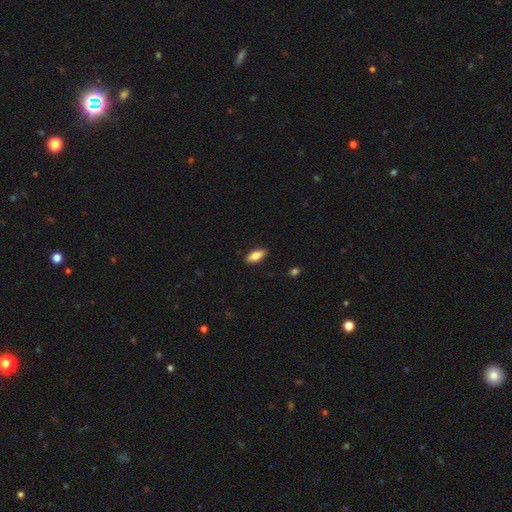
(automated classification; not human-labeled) smooth-or-featured: smooth: 75% | featured or disk: 19% | star or artifact: 6%
  how-rounded: in between: 78% | cigar-shaped: 19% | round: 2%
  merging: none: 88% | minor disturbance: 9% | major disturbance: 2% | merger: 1%